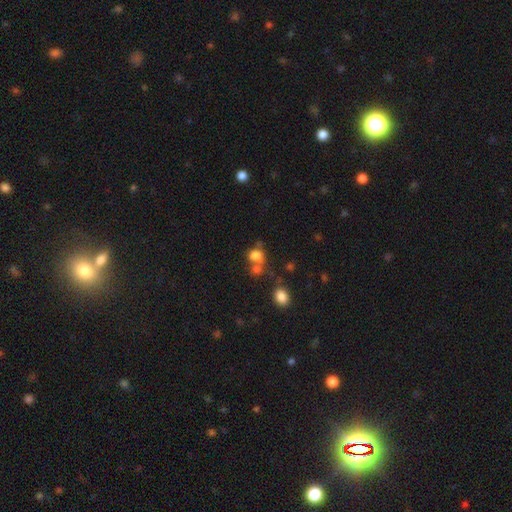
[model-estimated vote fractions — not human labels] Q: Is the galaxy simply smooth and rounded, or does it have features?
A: smooth — 75%.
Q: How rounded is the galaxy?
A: round — 57%.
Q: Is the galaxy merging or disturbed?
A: merger — 43%.